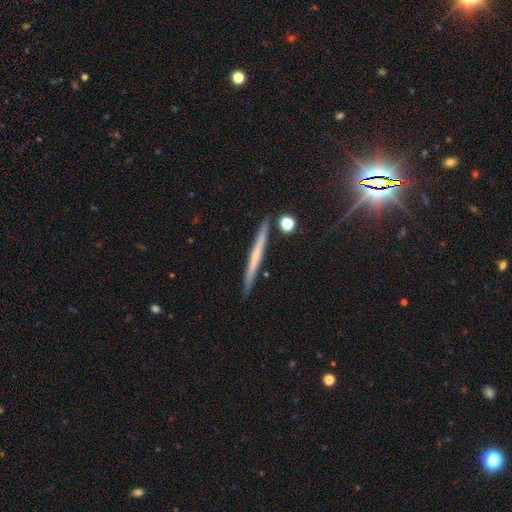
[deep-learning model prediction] The model was most divided on "smooth or featured": featured or disk: 57%, smooth: 34%, star or artifact: 9%. More confident: edge-on disk — yes (97%); merging — none (90%); edge-on bulge — none (67%).